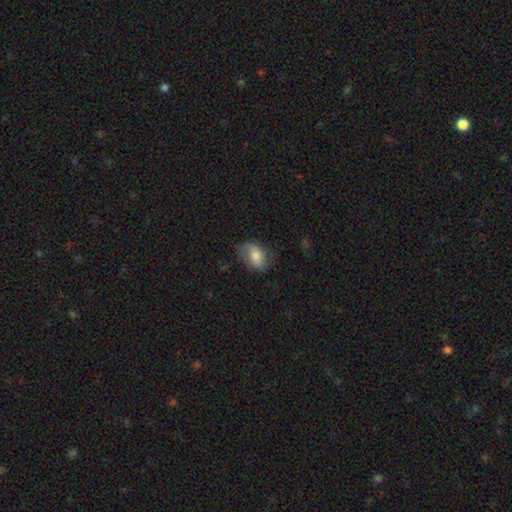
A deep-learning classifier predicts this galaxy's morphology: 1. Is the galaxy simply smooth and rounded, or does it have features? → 60% smooth, 32% featured or disk, 8% star or artifact.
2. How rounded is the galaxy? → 82% in between, 16% round, 2% cigar-shaped.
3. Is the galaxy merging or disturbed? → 66% none, 23% minor disturbance, 10% major disturbance, 1% merger.